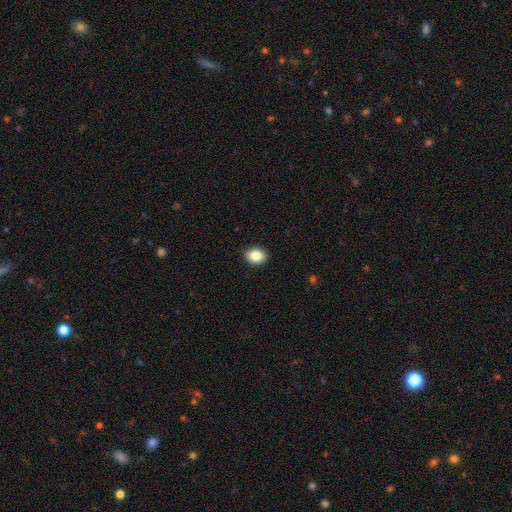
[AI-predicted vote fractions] Smooth or featured?
  - smooth: 85% *
  - star or artifact: 9%
  - featured or disk: 6%
How rounded?
  - in between: 59% *
  - round: 40%
  - cigar-shaped: 1%
Merging?
  - none: 90% *
  - minor disturbance: 8%
  - major disturbance: 2%
  - merger: 1%